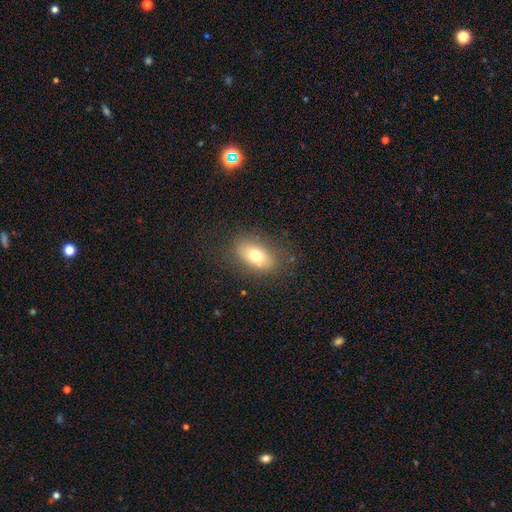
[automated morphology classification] Smooth or featured?
  - smooth: 72% *
  - featured or disk: 19%
  - star or artifact: 9%
How rounded?
  - in between: 85% *
  - round: 11%
  - cigar-shaped: 4%
Merging?
  - none: 80% *
  - minor disturbance: 13%
  - major disturbance: 5%
  - merger: 1%